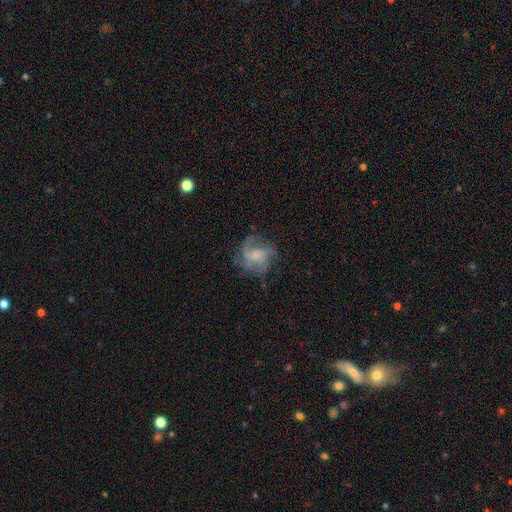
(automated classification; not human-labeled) Q: Smooth or featured?
A: featured or disk (70%); runner-up: smooth (21%)
Q: Edge-on disk?
A: no (98%); runner-up: yes (2%)
Q: Bar?
A: no (66%); runner-up: weak (30%)
Q: Spiral arms?
A: yes (89%); runner-up: no (11%)
Q: Spiral winding?
A: medium (46%); runner-up: loose (33%)
Q: Spiral arm count?
A: 3 (36%); runner-up: can't tell (23%)
Q: Bulge size?
A: small (40%); runner-up: moderate (30%)
Q: Merging?
A: none (58%); runner-up: major disturbance (20%)